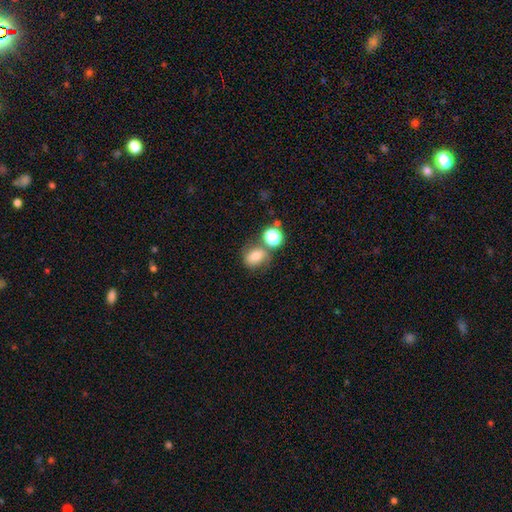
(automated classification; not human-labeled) smooth 73%, star or artifact 14%, featured or disk 13%. Down the decision tree: how rounded — round (50%); merging — none (57%).